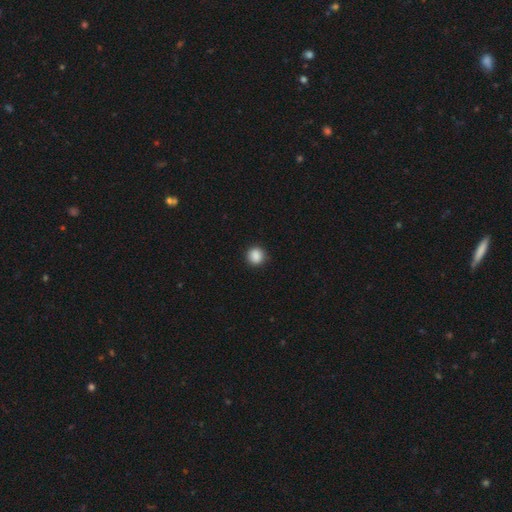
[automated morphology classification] This is clearly a smooth galaxy (88%). How rounded: clearly round (90%). Merging: clearly none (90%).